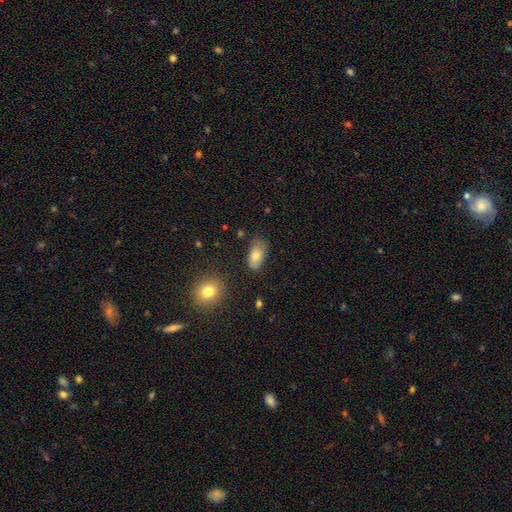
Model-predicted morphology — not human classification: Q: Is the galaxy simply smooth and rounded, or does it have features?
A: smooth — 79%.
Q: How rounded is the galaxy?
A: in between — 91%.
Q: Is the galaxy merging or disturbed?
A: none — 71%.